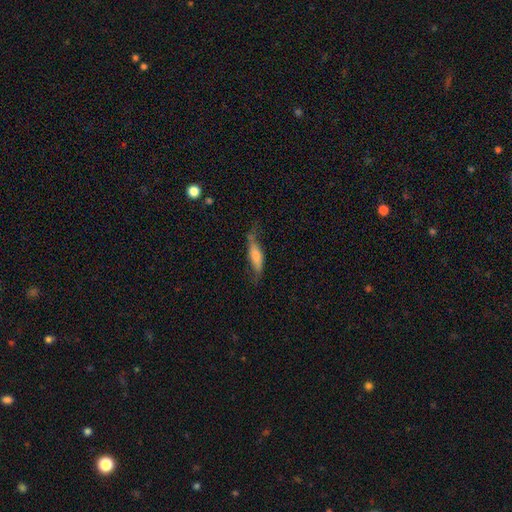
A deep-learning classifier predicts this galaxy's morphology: Overall: smooth (48%; featured or disk 44%). Merging: none (54%; minor disturbance 28%).